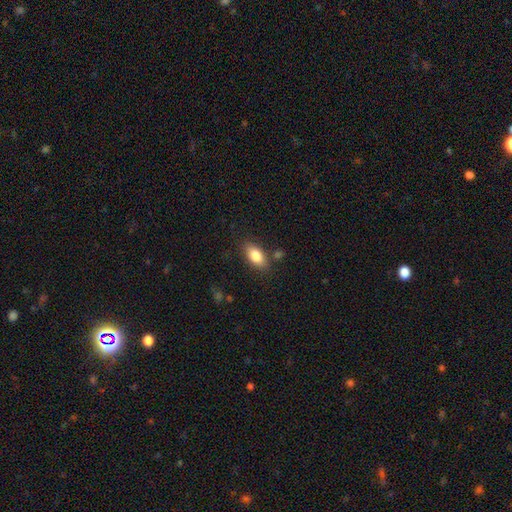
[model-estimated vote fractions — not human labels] This appears to be a smooth galaxy with no disk features (83%) that is in between round and cigar-shaped (88%). Merging: none (80%).